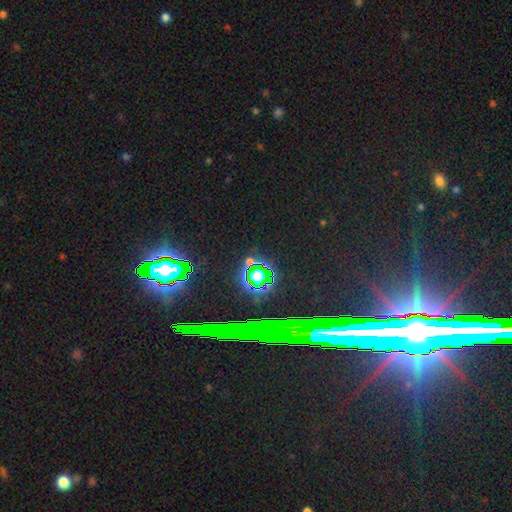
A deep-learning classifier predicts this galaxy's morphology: Smooth or featured? star or artifact (82%)